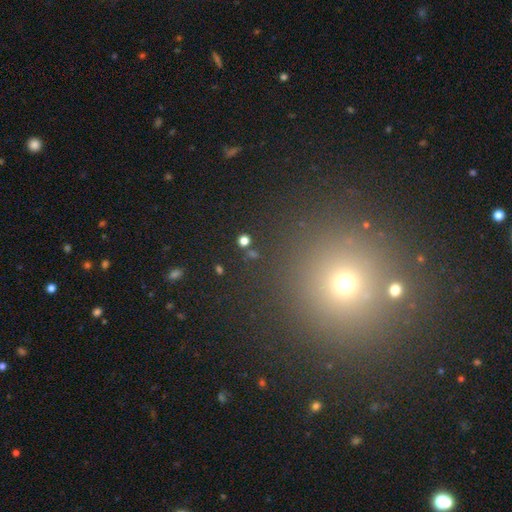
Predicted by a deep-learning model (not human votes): Overall: smooth (50%; star or artifact 42%). How rounded: round (91%). Merging: none (87%).